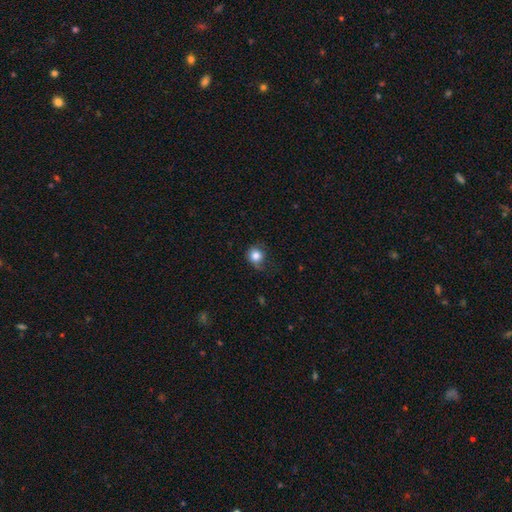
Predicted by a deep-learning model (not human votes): The model was most divided on "merging": none: 60%, minor disturbance: 28%, major disturbance: 10%, merger: 2%. More confident: how rounded — round (85%); smooth or featured — smooth (82%).